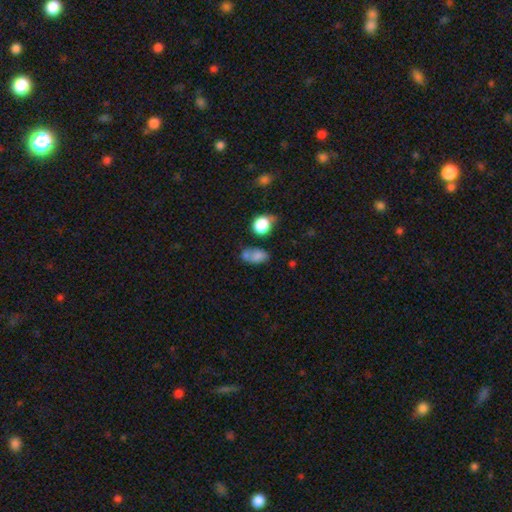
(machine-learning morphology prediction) Smooth or featured? Predicted: smooth (p=0.73). How rounded? Predicted: in between (p=0.79). Merging? Predicted: none (p=0.37).